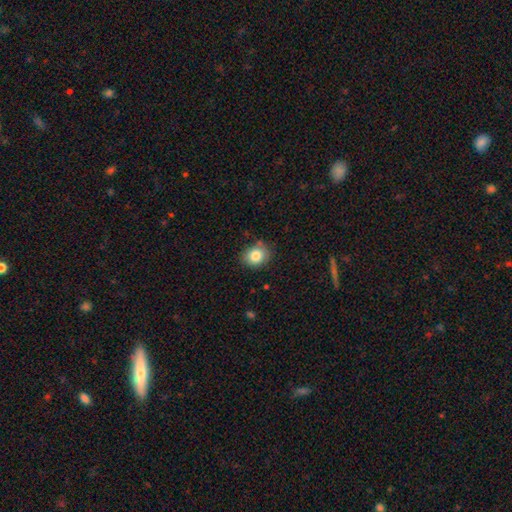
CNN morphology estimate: A smooth galaxy with no disk features (83%) that is round (62%).

Vote fractions:
- Smooth or featured? smooth: 83% / star or artifact: 9% / featured or disk: 7%
- How rounded? round: 62% / in between: 37% / cigar-shaped: 1%
- Merging? none: 81% / minor disturbance: 14% / major disturbance: 3% / merger: 2%